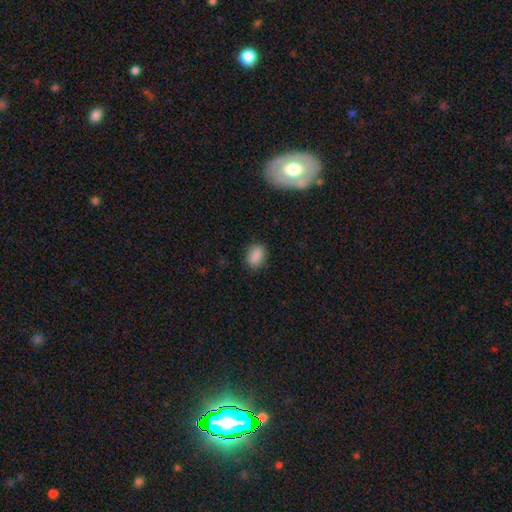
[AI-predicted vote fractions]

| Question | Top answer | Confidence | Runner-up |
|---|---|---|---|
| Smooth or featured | smooth | 87% | star or artifact (9%) |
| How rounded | in between | 80% | round (17%) |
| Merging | none | 84% | minor disturbance (12%) |